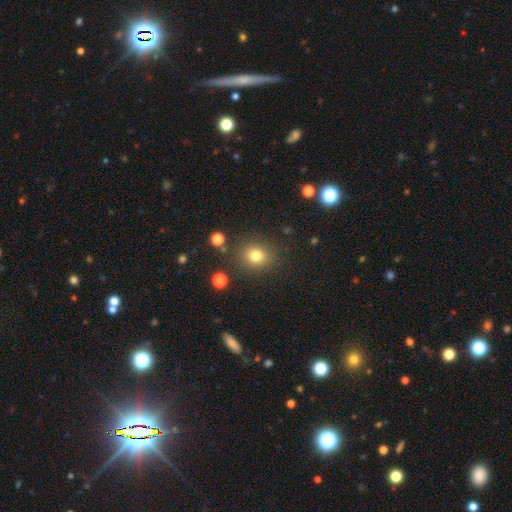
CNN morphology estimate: smooth-or-featured: smooth: 79% | star or artifact: 14% | featured or disk: 7%
  how-rounded: round: 79% | in between: 20% | cigar-shaped: 1%
  merging: none: 85% | minor disturbance: 9% | major disturbance: 4% | merger: 3%